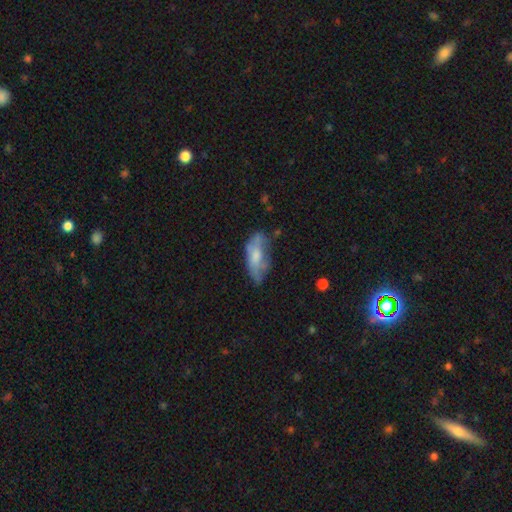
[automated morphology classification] This is possibly a smooth galaxy (56%). How rounded: clearly in between (81%). Merging: possibly none (46%).